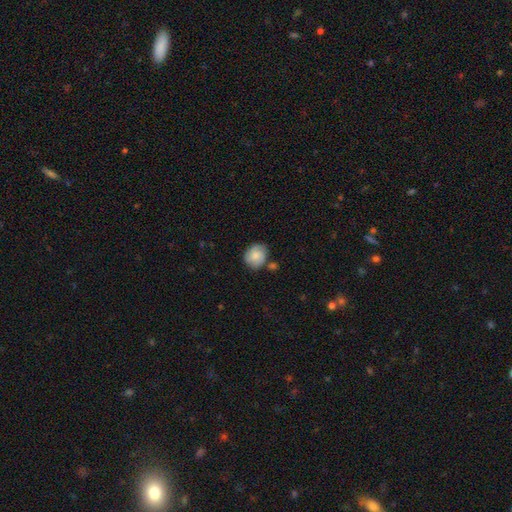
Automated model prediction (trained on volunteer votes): Smooth or featured: smooth — 63% (featured or disk — 29%)
How rounded: round — 75% (in between — 24%)
Merging: none — 63% (minor disturbance — 23%)